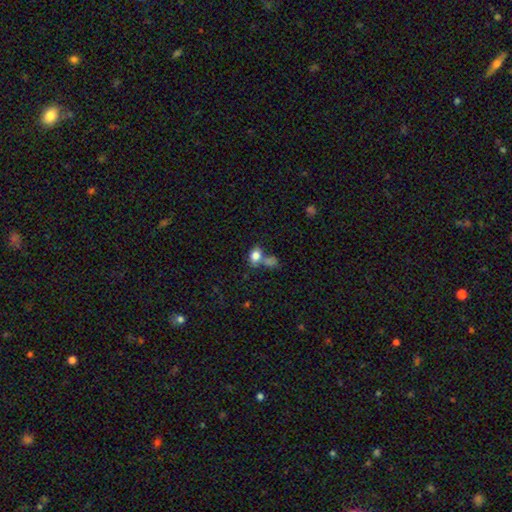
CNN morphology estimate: A smooth galaxy with no disk features (80%) that is in between round and cigar-shaped (72%).

Vote fractions:
- Smooth or featured? smooth: 80% / star or artifact: 10% / featured or disk: 10%
- How rounded? in between: 72% / round: 26% / cigar-shaped: 2%
- Merging? none: 42% / merger: 38% / minor disturbance: 13% / major disturbance: 7%